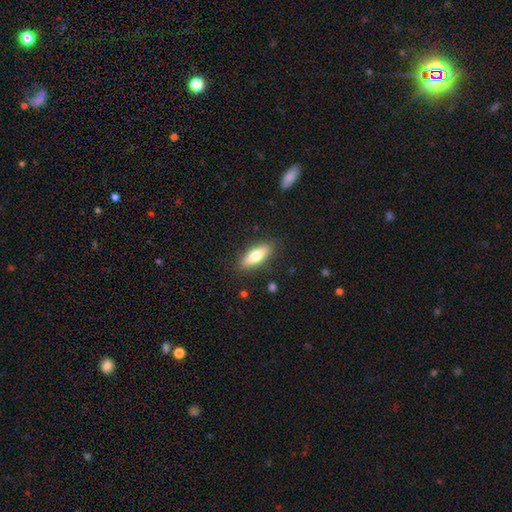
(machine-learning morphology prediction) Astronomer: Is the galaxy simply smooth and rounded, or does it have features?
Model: smooth — 72%.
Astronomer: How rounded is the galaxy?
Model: in between — 62%.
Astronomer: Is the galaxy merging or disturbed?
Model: none — 87%.